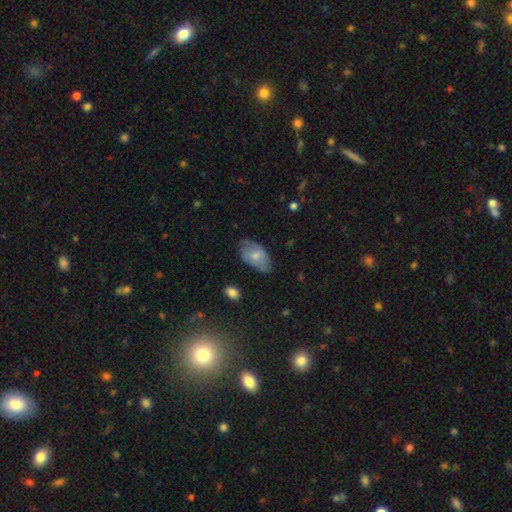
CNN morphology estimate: This is likely a smooth galaxy (67%). How rounded: clearly in between (93%). Merging: possibly none (58%).